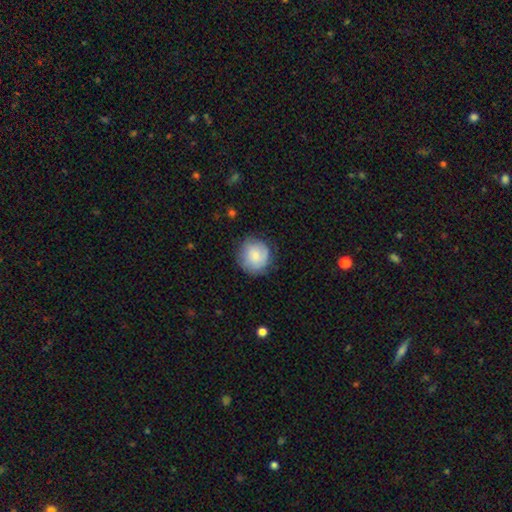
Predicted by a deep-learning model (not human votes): smooth 70%, featured or disk 24%, star or artifact 7%. Down the decision tree: how rounded — round (91%); merging — none (76%).